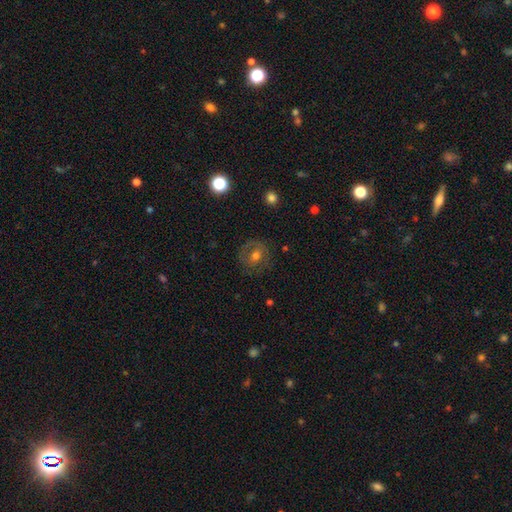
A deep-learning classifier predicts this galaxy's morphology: smooth 46%, featured or disk 43%, star or artifact 11%. Down the decision tree: merging — none (74%).